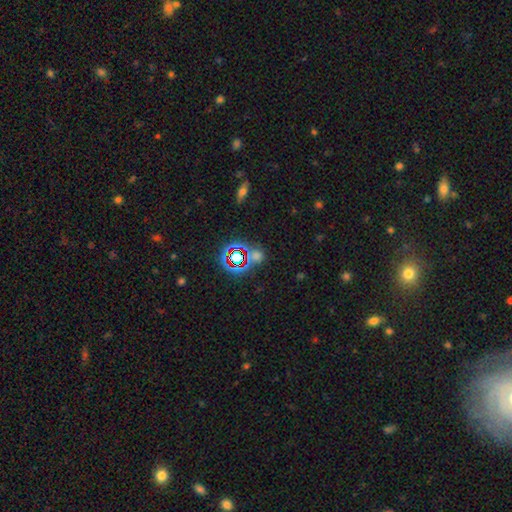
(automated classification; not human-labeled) smooth_or_featured: star or artifact (p=0.57) [alt: smooth p=0.33]